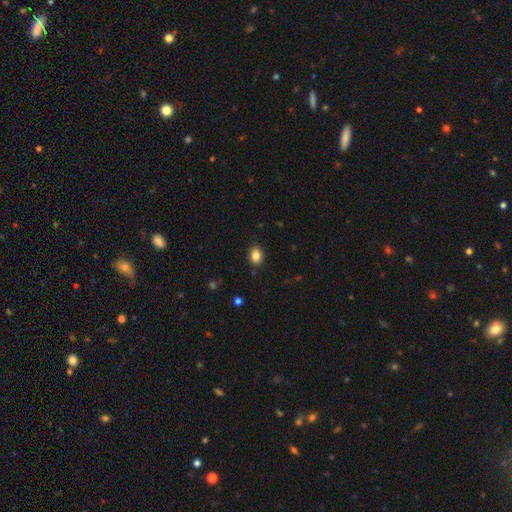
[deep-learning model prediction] Smooth or featured?
  - smooth: 85% *
  - star or artifact: 10%
  - featured or disk: 5%
How rounded?
  - in between: 61% *
  - round: 38%
  - cigar-shaped: 1%
Merging?
  - none: 88% *
  - minor disturbance: 8%
  - major disturbance: 2%
  - merger: 1%